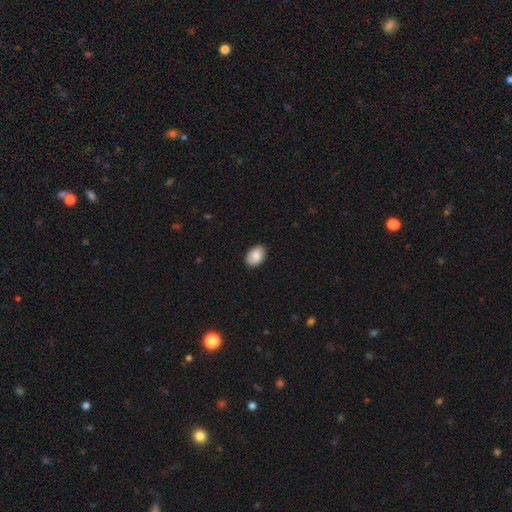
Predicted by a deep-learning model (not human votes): This is clearly a smooth galaxy (83%). How rounded: clearly in between (86%). Merging: clearly none (85%).